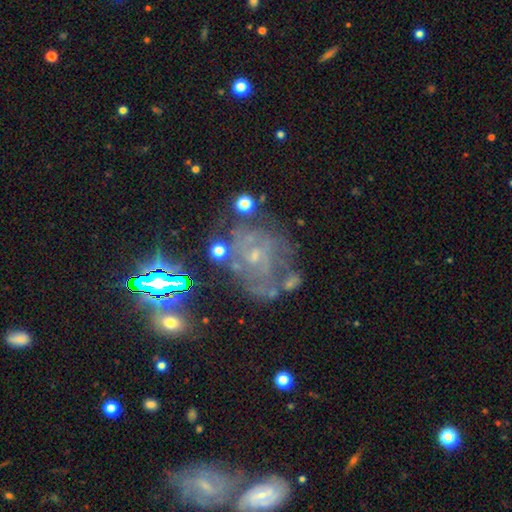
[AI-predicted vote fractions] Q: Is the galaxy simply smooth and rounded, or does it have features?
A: featured or disk — 69%.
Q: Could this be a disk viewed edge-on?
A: no — 97%.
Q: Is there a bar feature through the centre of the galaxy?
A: no — 60%.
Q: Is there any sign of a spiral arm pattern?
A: yes — 73%.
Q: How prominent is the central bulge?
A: small — 65%.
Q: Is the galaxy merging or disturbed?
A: none — 52%.